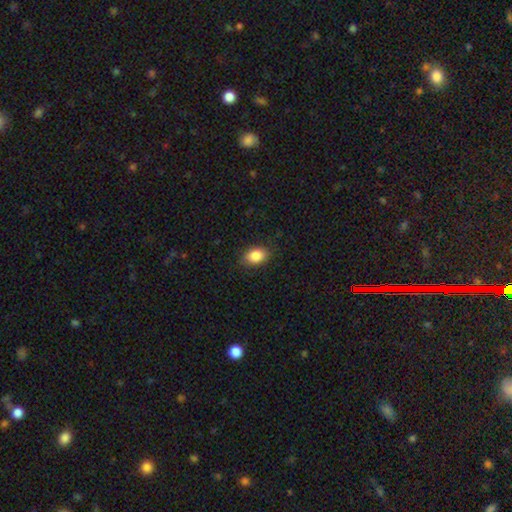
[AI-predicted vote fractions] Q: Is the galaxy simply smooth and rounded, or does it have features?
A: smooth — 86%.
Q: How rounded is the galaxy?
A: in between — 80%.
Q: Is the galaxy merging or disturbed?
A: none — 85%.